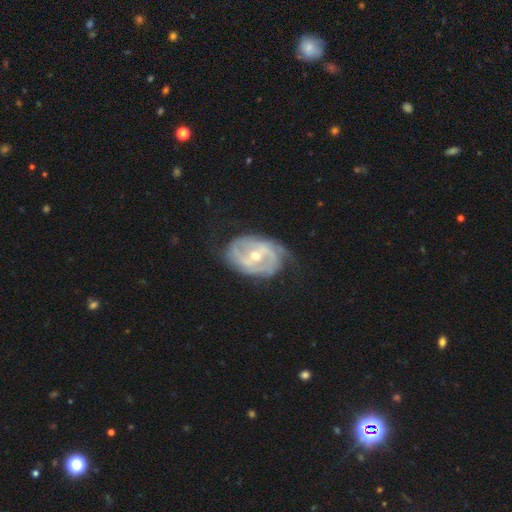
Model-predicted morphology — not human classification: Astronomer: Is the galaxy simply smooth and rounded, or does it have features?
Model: featured or disk — 84%.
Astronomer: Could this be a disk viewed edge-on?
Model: no — 96%.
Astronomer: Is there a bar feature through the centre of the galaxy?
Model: weak — 42% (runner-up: no, 32%).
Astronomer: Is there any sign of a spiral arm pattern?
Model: yes — 88%.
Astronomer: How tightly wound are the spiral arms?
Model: tight — 44% (runner-up: medium, 39%).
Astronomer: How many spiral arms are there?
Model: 2 — 56%.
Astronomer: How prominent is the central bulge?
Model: moderate — 52% (runner-up: small, 45%).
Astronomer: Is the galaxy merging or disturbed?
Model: none — 62%.